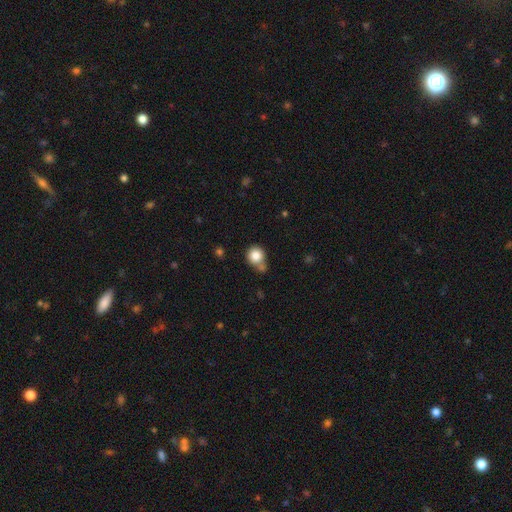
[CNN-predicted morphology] Smooth or featured?
  - smooth: 83% *
  - star or artifact: 10%
  - featured or disk: 7%
How rounded?
  - round: 88% *
  - in between: 11%
  - cigar-shaped: 1%
Merging?
  - none: 57% *
  - merger: 22%
  - minor disturbance: 15%
  - major disturbance: 5%